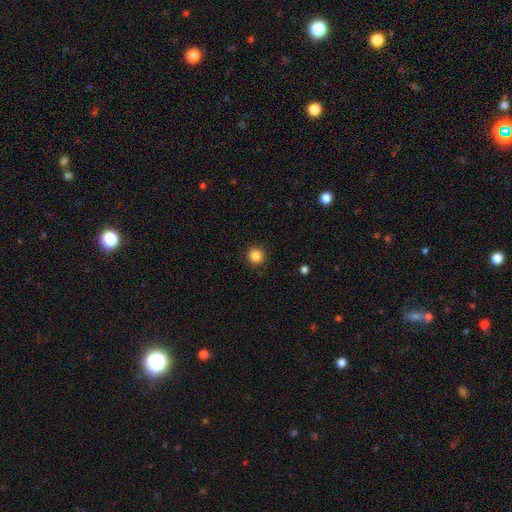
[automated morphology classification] This is clearly a smooth galaxy (86%). How rounded: clearly round (94%). Merging: clearly none (92%).